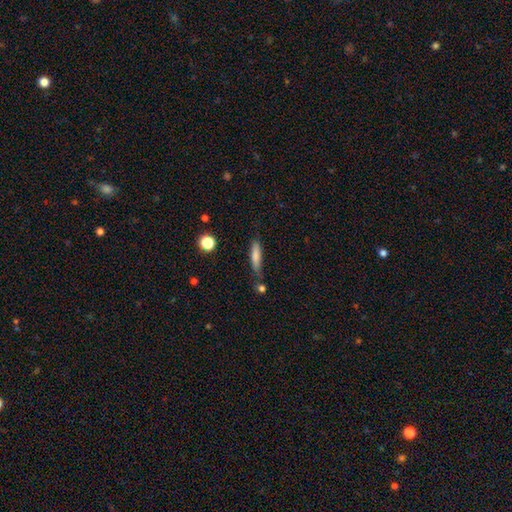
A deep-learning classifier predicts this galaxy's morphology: Smooth or featured: smooth — 78% (featured or disk — 15%)
How rounded: cigar-shaped — 81% (in between — 17%)
Merging: none — 69% (minor disturbance — 20%)